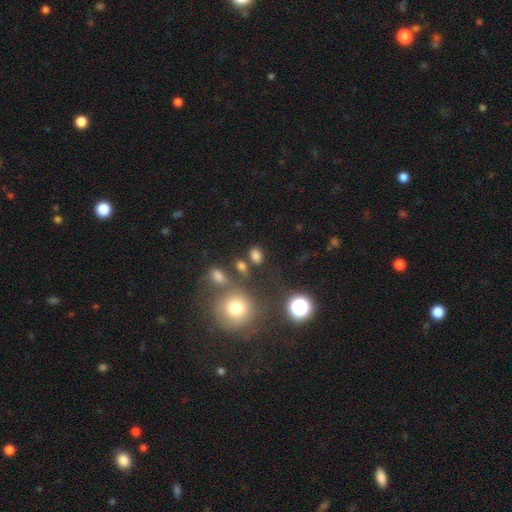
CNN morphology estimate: smooth-or-featured: smooth: 76% | star or artifact: 17% | featured or disk: 7%
  how-rounded: in between: 72% | round: 25% | cigar-shaped: 3%
  merging: none: 70% | minor disturbance: 12% | merger: 12% | major disturbance: 6%